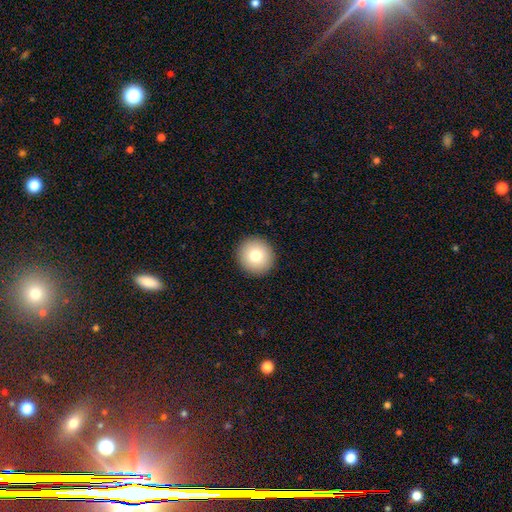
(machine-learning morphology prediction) smooth-or-featured: smooth: 78% | featured or disk: 12% | star or artifact: 10%
  how-rounded: round: 93% | in between: 6% | cigar-shaped: 1%
  merging: none: 93% | minor disturbance: 5% | major disturbance: 2% | merger: 1%